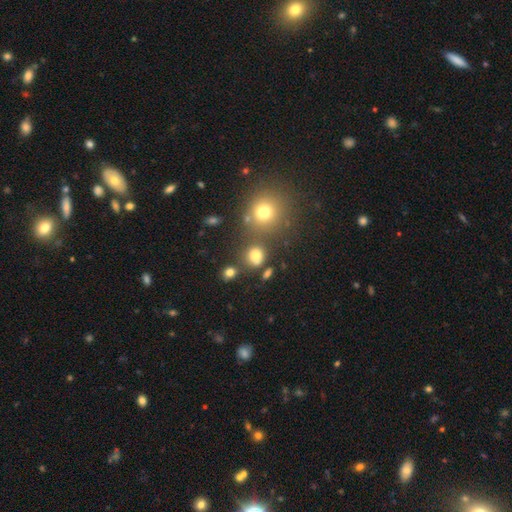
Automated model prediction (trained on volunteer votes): Q: Smooth or featured?
A: smooth (76%); runner-up: star or artifact (17%)
Q: How rounded?
A: round (74%); runner-up: in between (25%)
Q: Merging?
A: none (70%); runner-up: merger (13%)